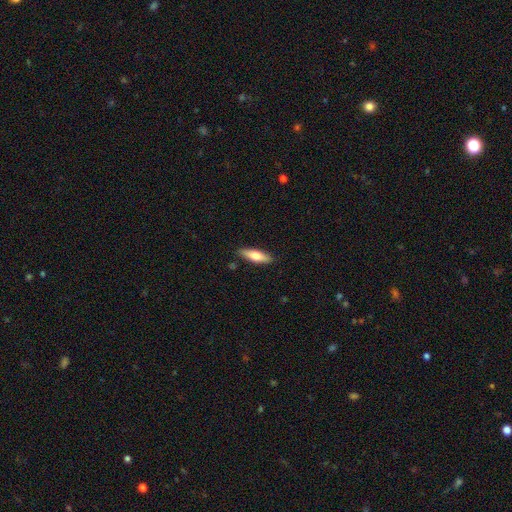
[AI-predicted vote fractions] This appears to be a smooth galaxy with no disk features (67%) that is cigar-shaped (50%). Merging: none (87%).